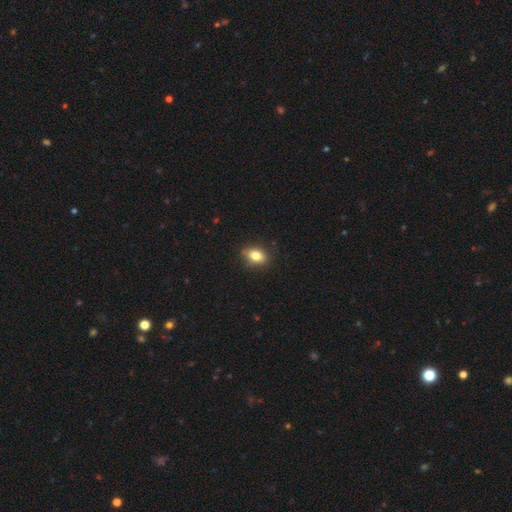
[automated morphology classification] A smooth galaxy with no disk features (82%) that is in between round and cigar-shaped (77%). Merging: none (83%).